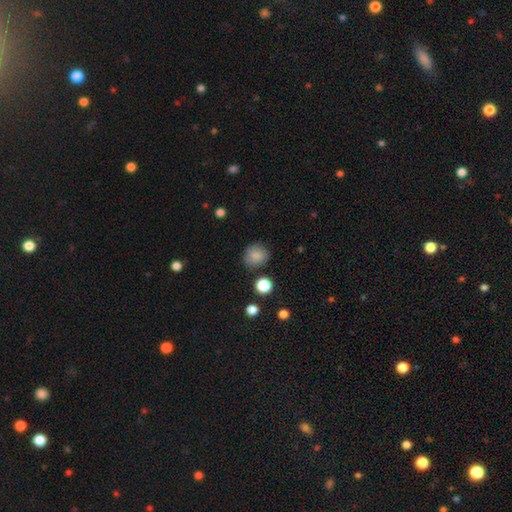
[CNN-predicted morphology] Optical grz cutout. It shows a smooth galaxy with no disk features (84%) that is round (75%). Merging: none (80%).